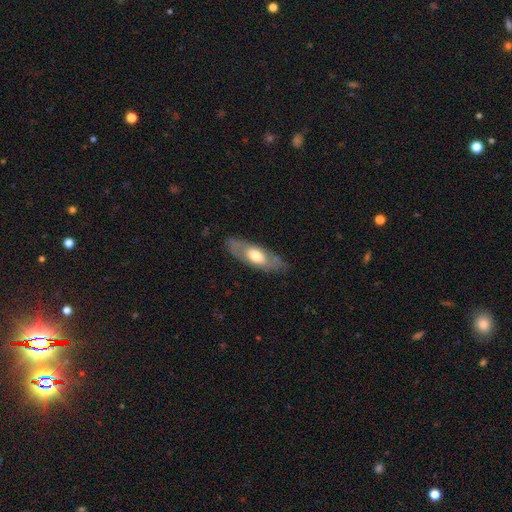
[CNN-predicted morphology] A smooth galaxy with no disk features (50%) that is in between round and cigar-shaped (72%). Merging: none (80%).